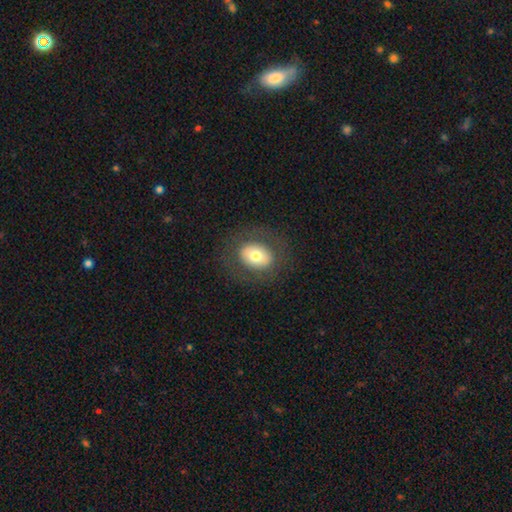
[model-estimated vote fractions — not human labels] This is likely a smooth galaxy (66%). How rounded: possibly in between (59%). Merging: clearly none (81%).